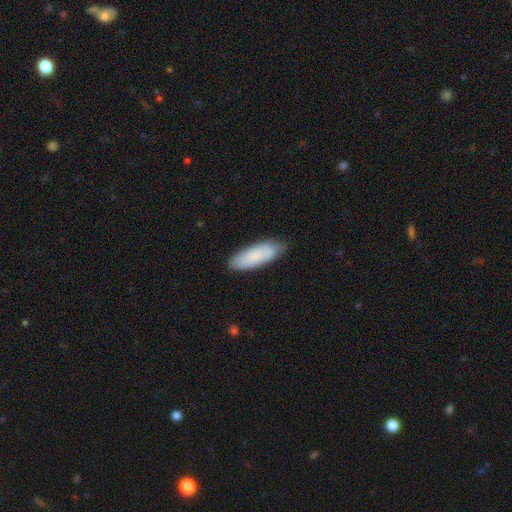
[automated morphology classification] smooth-or-featured: smooth: 81% | featured or disk: 14% | star or artifact: 6%
  how-rounded: in between: 63% | cigar-shaped: 35% | round: 2%
  merging: none: 80% | minor disturbance: 16% | major disturbance: 3% | merger: 1%